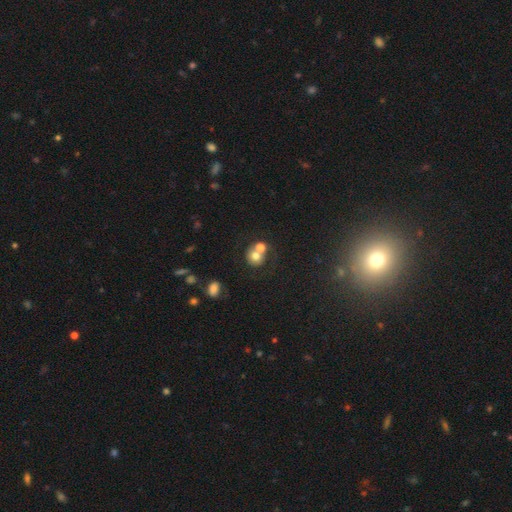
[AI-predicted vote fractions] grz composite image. It shows a smooth galaxy with no disk features (69%) that is round (77%). Merging: merger (48%).